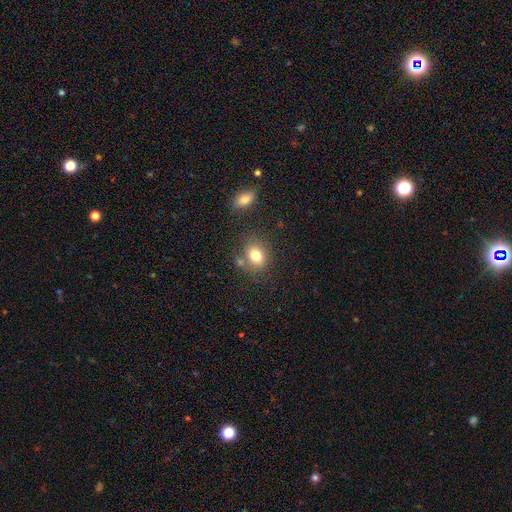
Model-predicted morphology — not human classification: smooth-or-featured: smooth: 79% | star or artifact: 11% | featured or disk: 10%
  how-rounded: in between: 50% | round: 49% | cigar-shaped: 1%
  merging: none: 67% | minor disturbance: 15% | merger: 13% | major disturbance: 5%